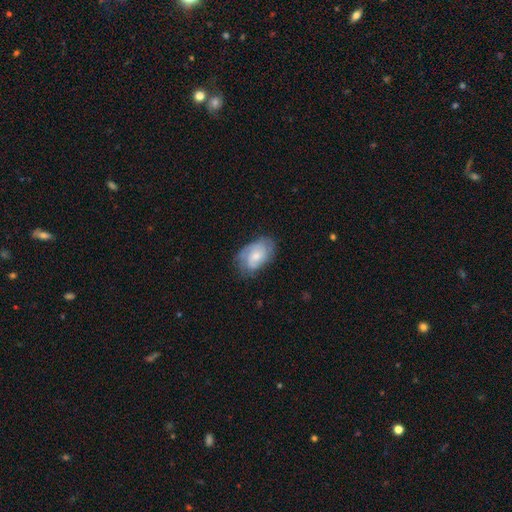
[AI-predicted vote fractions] This is possibly a featured or disk galaxy (55%). It is clearly not viewed edge-on (96%). Bar: likely no (74%). Spiral arm pattern: clearly yes (81%). Central bulge: possibly small (54%). Merging: likely none (62%).